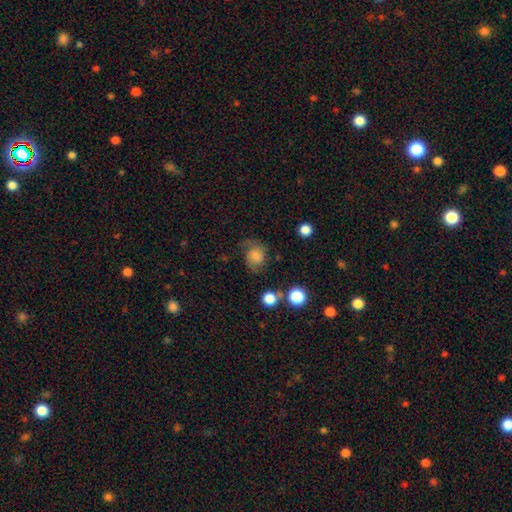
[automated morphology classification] Overall: smooth (53%; featured or disk 36%). How rounded: round (74%). Merging: none (55%; minor disturbance 24%).